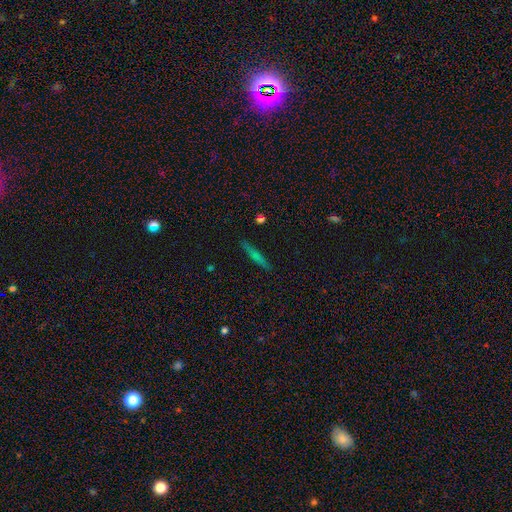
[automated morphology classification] A smooth galaxy with no disk features (51%) that is cigar-shaped (93%). Merging: none (90%).